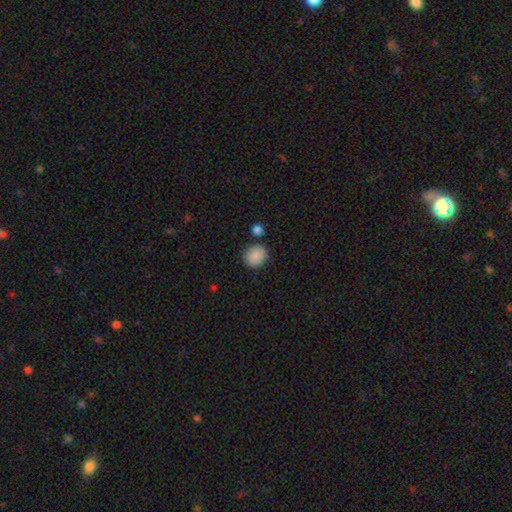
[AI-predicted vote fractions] Smooth or featured? smooth (88%)
How rounded? round (83%)
Merging? none (82%)